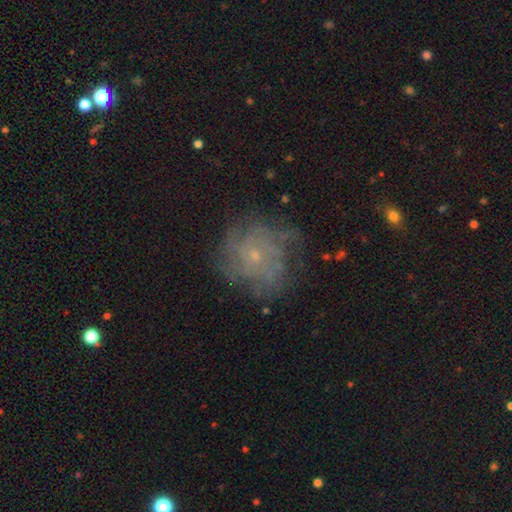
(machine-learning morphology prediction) Smooth or featured?
  - featured or disk: 63% *
  - smooth: 23%
  - star or artifact: 14%
Edge-on disk?
  - no: 97% *
  - yes: 3%
Bar?
  - no: 83% *
  - weak: 14%
  - strong: 2%
Spiral arms?
  - yes: 80% *
  - no: 20%
Bulge size?
  - small: 79% *
  - moderate: 15%
  - none: 4%
  - large: 1%
  - dominant: 1%
Merging?
  - none: 68% *
  - minor disturbance: 18%
  - major disturbance: 12%
  - merger: 2%